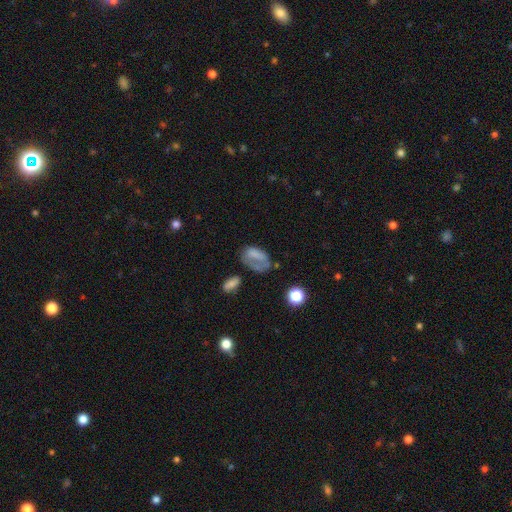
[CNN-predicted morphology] This is likely a smooth galaxy (60%). How rounded: clearly in between (84%). Merging: marginally major disturbance (36%).